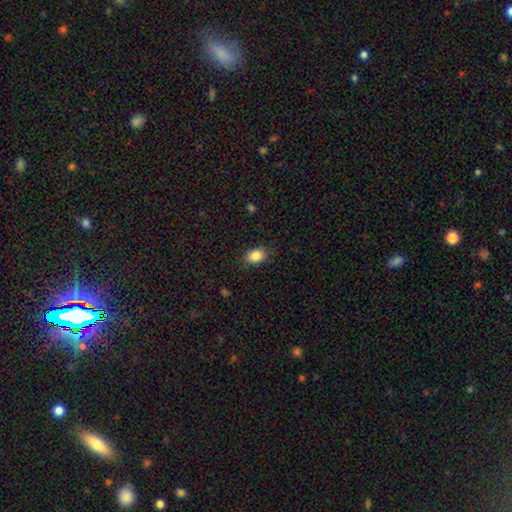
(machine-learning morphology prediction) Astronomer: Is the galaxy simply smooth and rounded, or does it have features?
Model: smooth — 87%.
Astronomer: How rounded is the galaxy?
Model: in between — 78%.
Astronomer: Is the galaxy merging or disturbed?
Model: none — 85%.